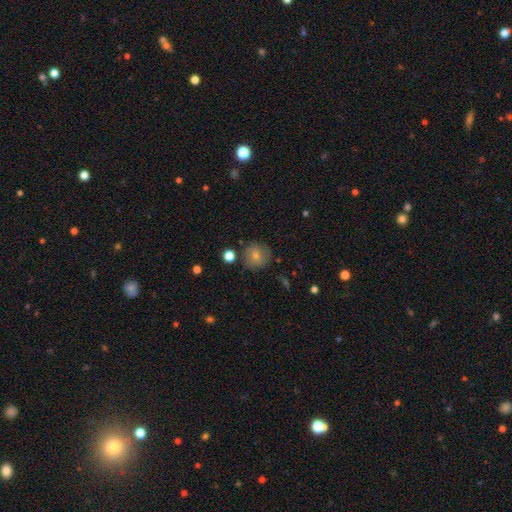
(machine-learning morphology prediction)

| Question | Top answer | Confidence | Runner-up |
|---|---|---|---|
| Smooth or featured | smooth | 70% | featured or disk (20%) |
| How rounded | round | 91% | in between (8%) |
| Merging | none | 80% | minor disturbance (13%) |